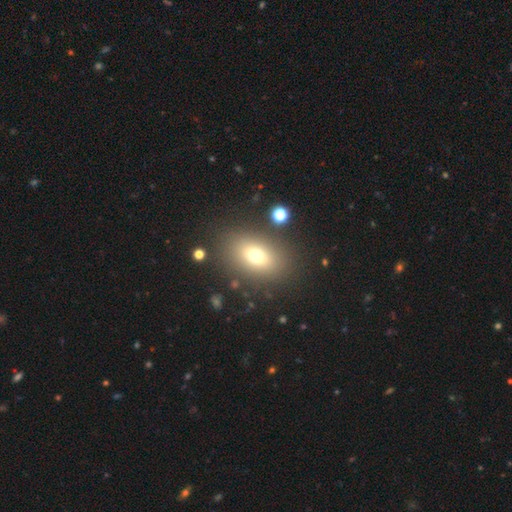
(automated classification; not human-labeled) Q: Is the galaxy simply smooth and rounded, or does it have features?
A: smooth — 70%.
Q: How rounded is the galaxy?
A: in between — 74%.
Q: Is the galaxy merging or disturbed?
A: none — 82%.